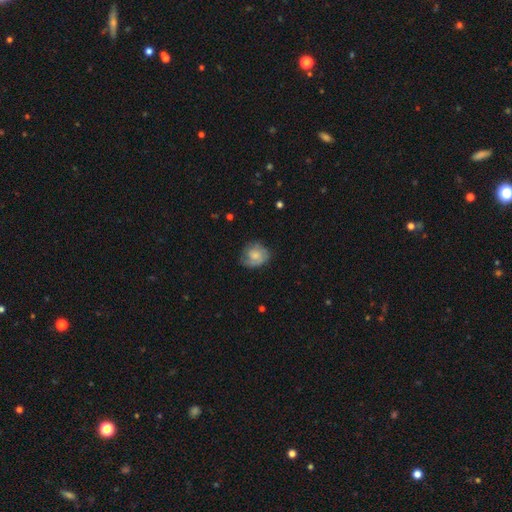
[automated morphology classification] smooth_or_featured: smooth (p=0.62) [alt: featured or disk p=0.31]
how_rounded: round (p=0.70) [alt: in between p=0.29]
merging: none (p=0.62) [alt: minor disturbance p=0.27]